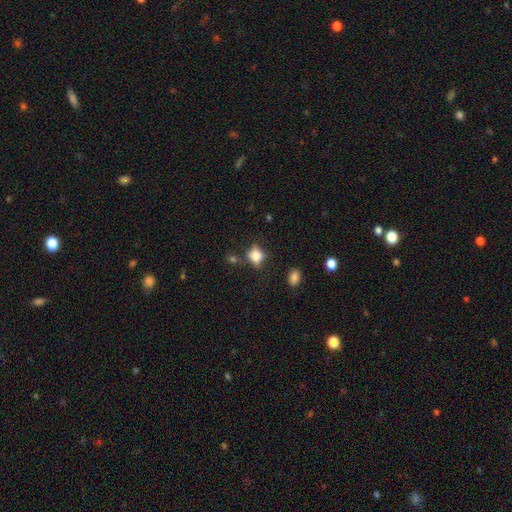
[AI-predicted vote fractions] Smooth or featured?
  - smooth: 73% *
  - featured or disk: 15%
  - star or artifact: 12%
How rounded?
  - round: 57% *
  - in between: 40%
  - cigar-shaped: 2%
Merging?
  - none: 62% *
  - minor disturbance: 23%
  - major disturbance: 8%
  - merger: 7%